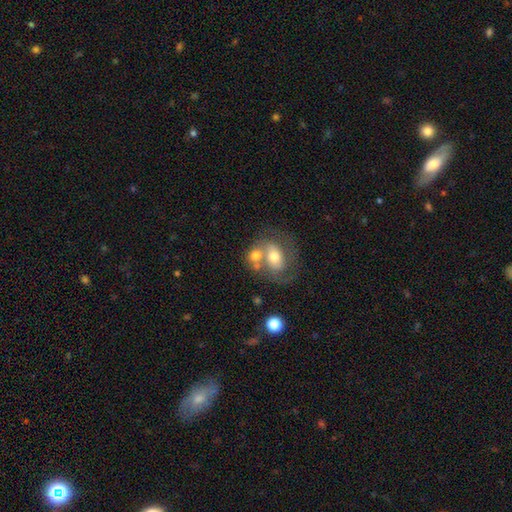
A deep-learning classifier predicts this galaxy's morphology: smooth_or_featured: smooth (p=0.51) [alt: featured or disk p=0.41]
how_rounded: in between (p=0.53) [alt: round p=0.45]
merging: merger (p=0.47) [alt: none p=0.32]